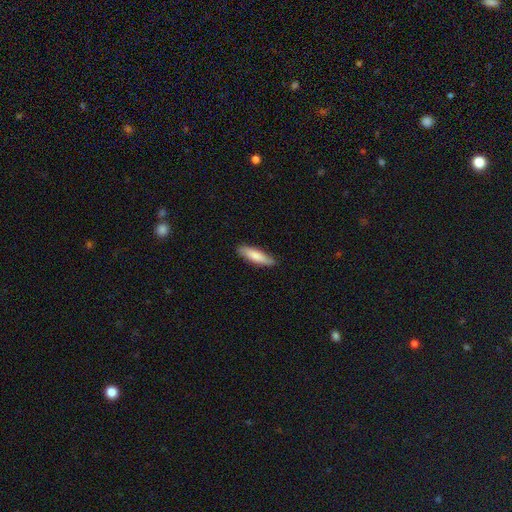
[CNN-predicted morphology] The model was most divided on "how rounded": cigar-shaped: 62%, in between: 37%, round: 2%. More confident: merging — none (87%); smooth or featured — smooth (81%).